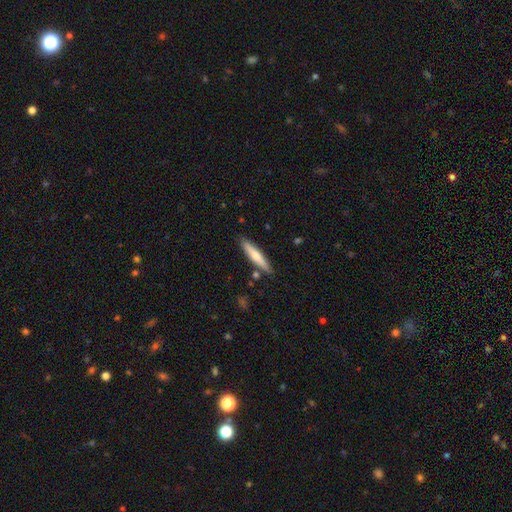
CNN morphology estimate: This is likely a smooth galaxy (61%). How rounded: clearly cigar-shaped (88%). Merging: clearly none (86%).